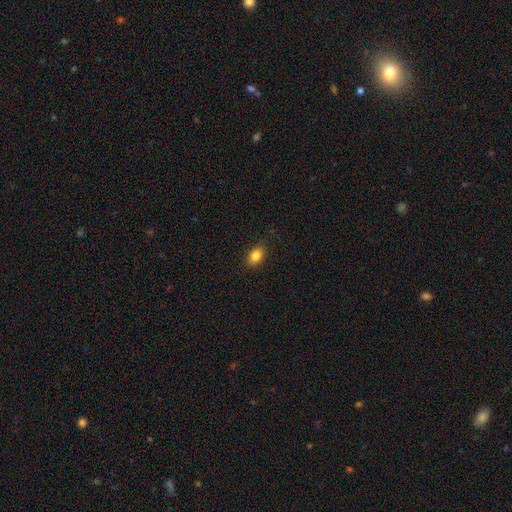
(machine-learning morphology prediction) Smooth or featured? smooth (84%)
How rounded? in between (78%)
Merging? none (87%)